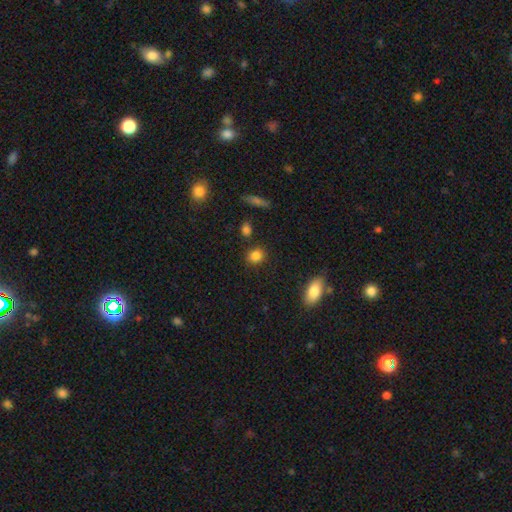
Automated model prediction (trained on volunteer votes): A smooth galaxy with no disk features (85%) that is round (70%). Merging: none (82%).